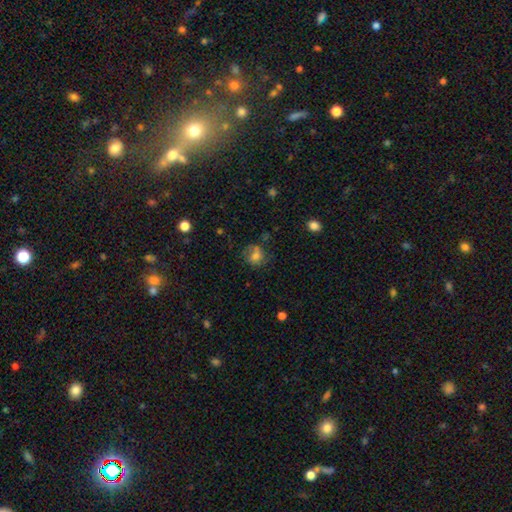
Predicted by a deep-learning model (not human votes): Smooth or featured? smooth (68%)
How rounded? round (72%)
Merging? none (57%)